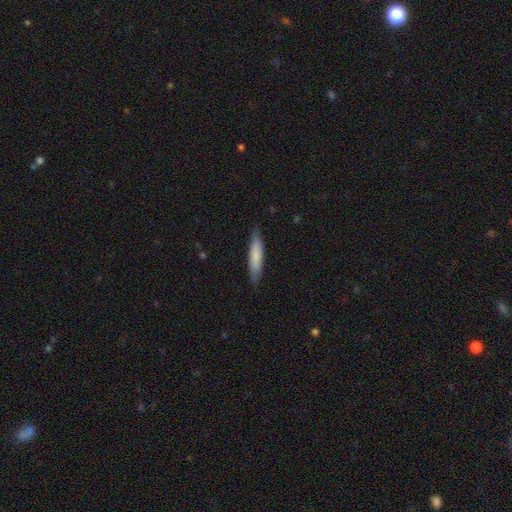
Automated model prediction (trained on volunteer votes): smooth_or_featured: smooth (p=0.79) [alt: featured or disk p=0.15]
how_rounded: cigar-shaped (p=0.78) [alt: in between p=0.21]
merging: none (p=0.85) [alt: minor disturbance p=0.12]